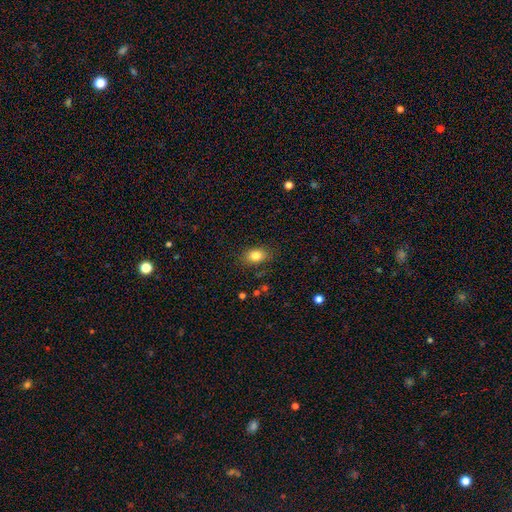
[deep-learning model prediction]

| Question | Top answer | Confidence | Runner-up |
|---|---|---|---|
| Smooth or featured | smooth | 82% | star or artifact (10%) |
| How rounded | in between | 76% | round (23%) |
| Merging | none | 83% | minor disturbance (12%) |